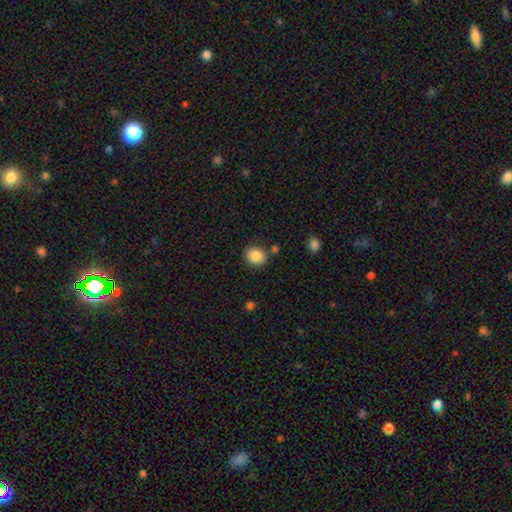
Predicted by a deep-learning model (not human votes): Smooth or featured?
  - smooth: 85% *
  - star or artifact: 9%
  - featured or disk: 6%
How rounded?
  - round: 72% *
  - in between: 27%
  - cigar-shaped: 1%
Merging?
  - none: 80% *
  - minor disturbance: 12%
  - merger: 5%
  - major disturbance: 3%